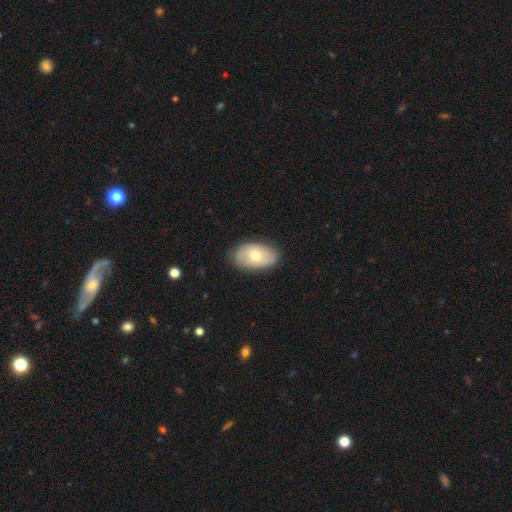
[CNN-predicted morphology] Smooth or featured? Predicted: smooth (p=0.58). How rounded? Predicted: in between (p=0.92). Merging? Predicted: none (p=0.82).